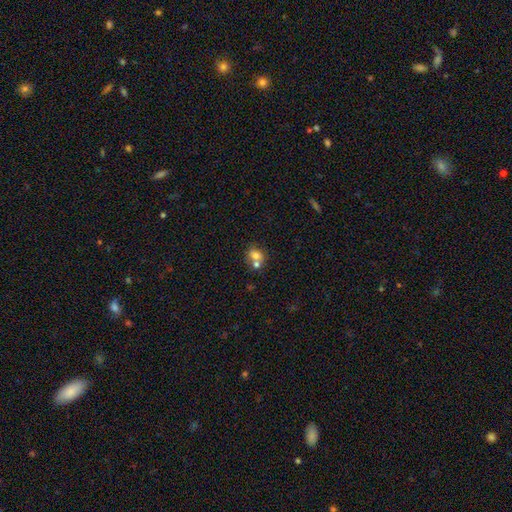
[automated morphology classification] Smooth or featured? Predicted: smooth (p=0.71). How rounded? Predicted: round (p=0.66). Merging? Predicted: merger (p=0.45).